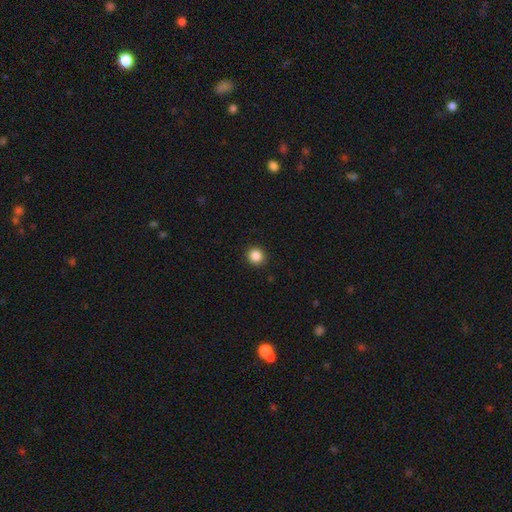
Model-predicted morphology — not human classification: Smooth or featured? Predicted: smooth (p=0.86). How rounded? Predicted: round (p=0.92). Merging? Predicted: none (p=0.93).